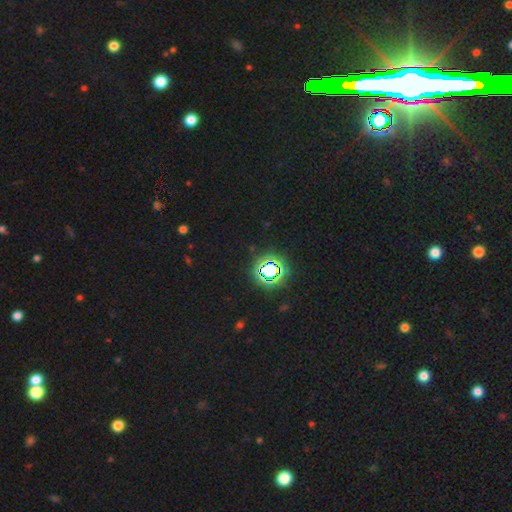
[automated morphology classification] Overall: star or artifact (78%).